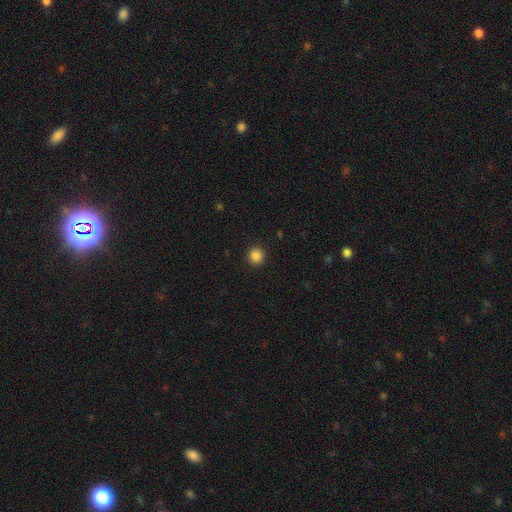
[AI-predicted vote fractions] Q: Smooth or featured?
A: smooth (86%); runner-up: star or artifact (11%)
Q: How rounded?
A: round (94%); runner-up: in between (5%)
Q: Merging?
A: none (92%); runner-up: minor disturbance (5%)